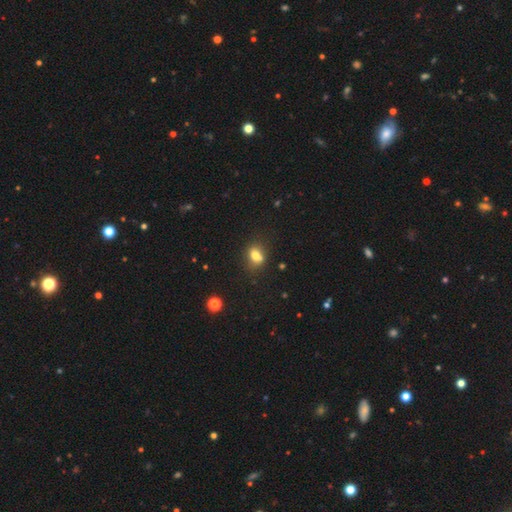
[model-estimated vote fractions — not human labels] Smooth or featured: smooth — 73% (featured or disk — 14%)
How rounded: in between — 56% (round — 42%)
Merging: none — 58% (merger — 19%)